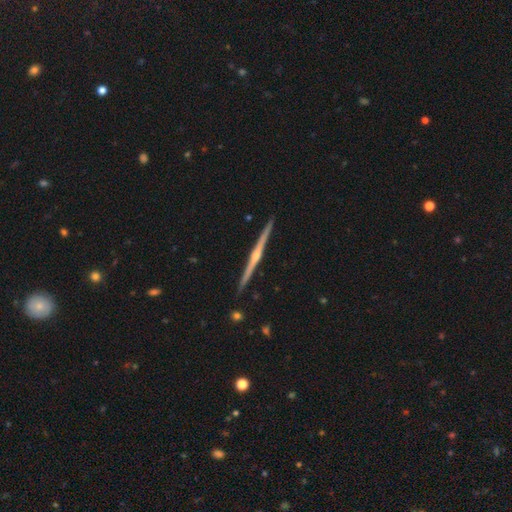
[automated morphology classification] Smooth or featured? Predicted: featured or disk (p=0.82). Edge-on disk? Predicted: yes (p=0.98). Edge-on bulge? Predicted: rounded (p=0.75). Merging? Predicted: none (p=0.91).